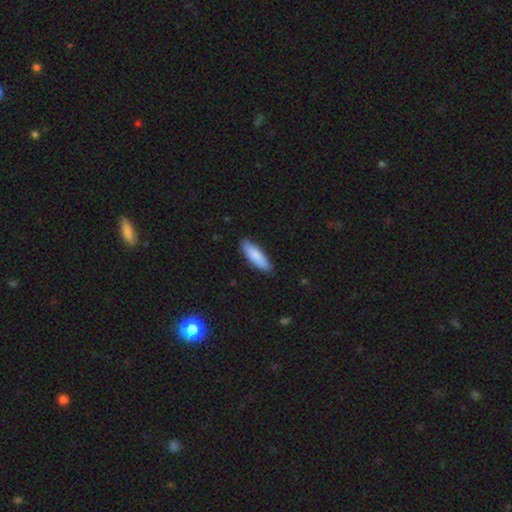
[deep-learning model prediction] Smooth or featured?
  - smooth: 85% *
  - featured or disk: 10%
  - star or artifact: 5%
How rounded?
  - cigar-shaped: 51% *
  - in between: 48%
  - round: 1%
Merging?
  - none: 85% *
  - minor disturbance: 12%
  - major disturbance: 2%
  - merger: 1%